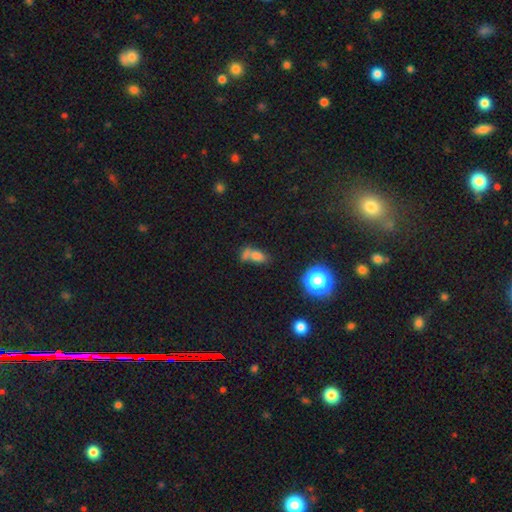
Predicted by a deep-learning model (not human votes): This is likely a smooth galaxy (69%). How rounded: likely in between (75%). Merging: possibly merger (48%).